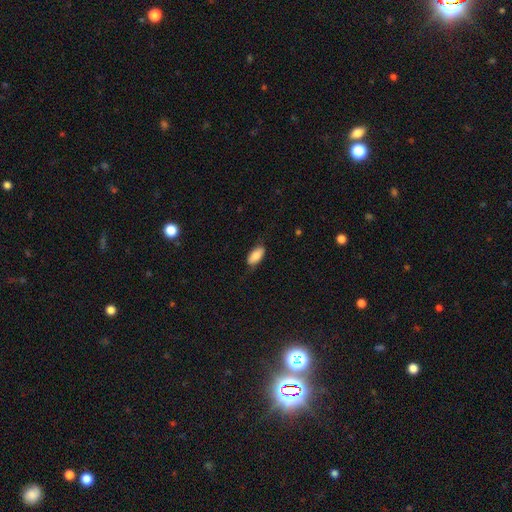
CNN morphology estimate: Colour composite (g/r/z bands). It shows a smooth galaxy with no disk features (83%) that is in between round and cigar-shaped (91%). Merging: none (75%).